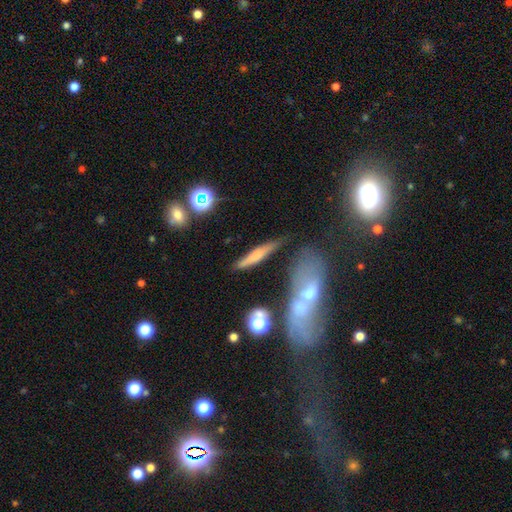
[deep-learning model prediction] smooth-or-featured: smooth: 53% | featured or disk: 39% | star or artifact: 9%
  how-rounded: cigar-shaped: 86% | in between: 11% | round: 3%
  merging: none: 70% | minor disturbance: 17% | merger: 7% | major disturbance: 5%